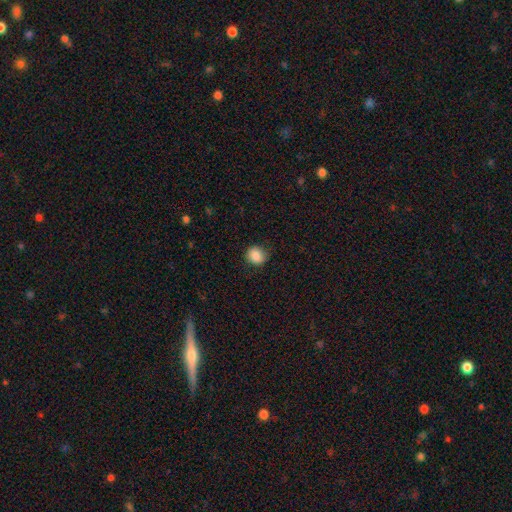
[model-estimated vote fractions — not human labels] Smooth or featured? smooth (87%)
How rounded? round (78%)
Merging? none (84%)